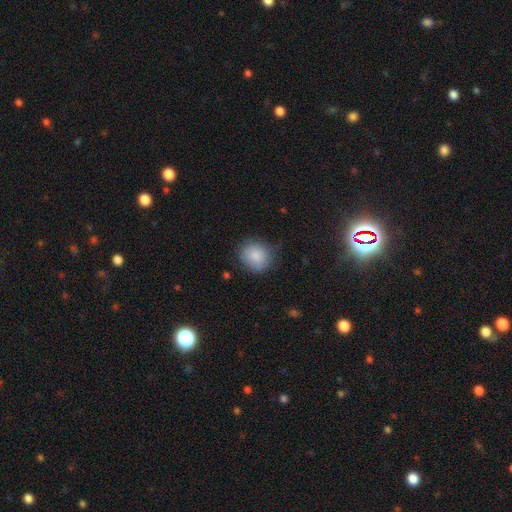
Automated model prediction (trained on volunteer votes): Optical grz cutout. It shows a smooth galaxy with no disk features (85%) that is round (78%). Merging: none (73%).